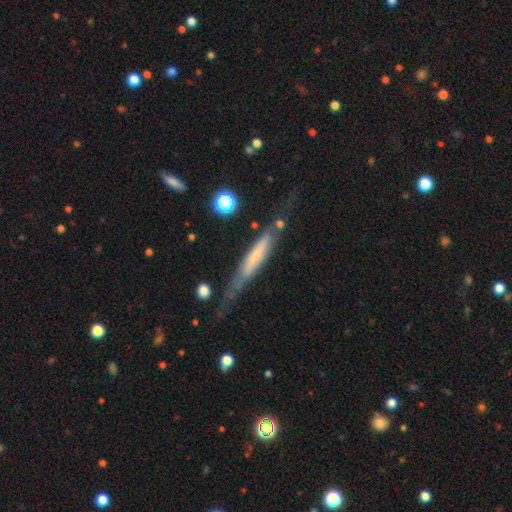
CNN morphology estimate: type=featured or disk (55%); edge-on=yes (85%); merging=none (60%).